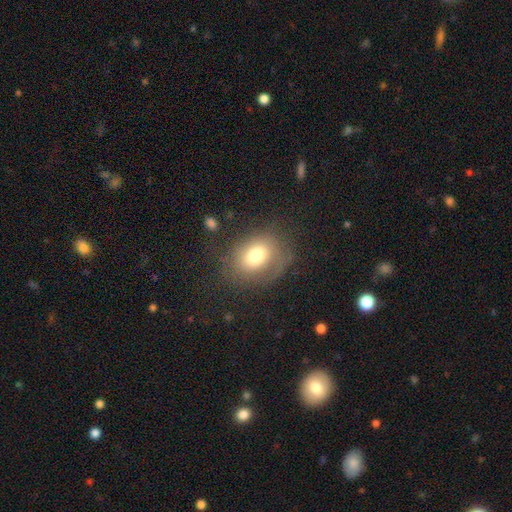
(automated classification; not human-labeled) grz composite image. It shows a smooth galaxy with no disk features (69%) that is in between round and cigar-shaped (58%). Merging: none (64%).